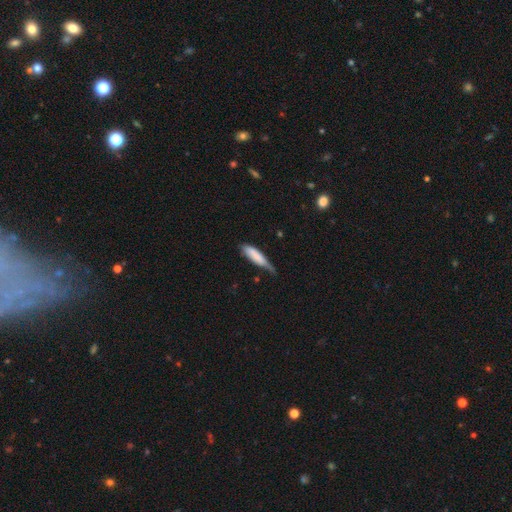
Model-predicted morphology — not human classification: The model was most divided on "merging": minor disturbance: 47%, none: 34%, major disturbance: 15%, merger: 4%. More confident: smooth or featured — smooth (78%); how rounded — cigar-shaped (65%).